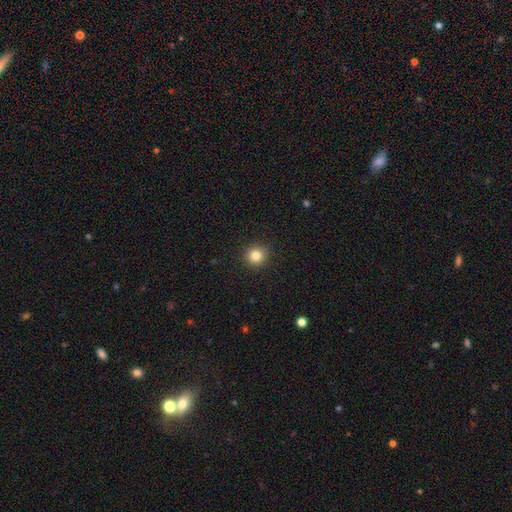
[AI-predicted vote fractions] smooth-or-featured: smooth: 83% | star or artifact: 11% | featured or disk: 6%
  how-rounded: round: 93% | in between: 6% | cigar-shaped: 1%
  merging: none: 92% | minor disturbance: 5% | major disturbance: 2% | merger: 1%